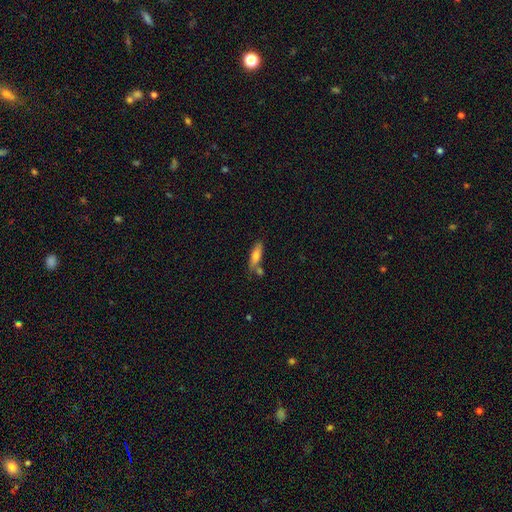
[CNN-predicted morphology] This is likely a smooth galaxy (76%). How rounded: possibly in between (55%). Merging: likely none (61%).